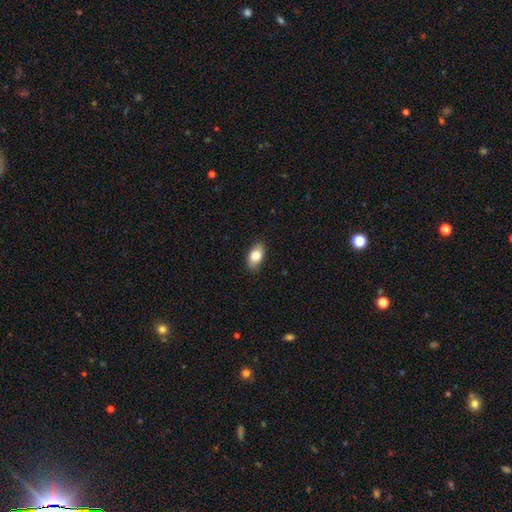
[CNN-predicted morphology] smooth-or-featured: smooth: 83% | featured or disk: 10% | star or artifact: 7%
  how-rounded: in between: 91% | round: 7% | cigar-shaped: 3%
  merging: none: 85% | minor disturbance: 11% | major disturbance: 2% | merger: 1%